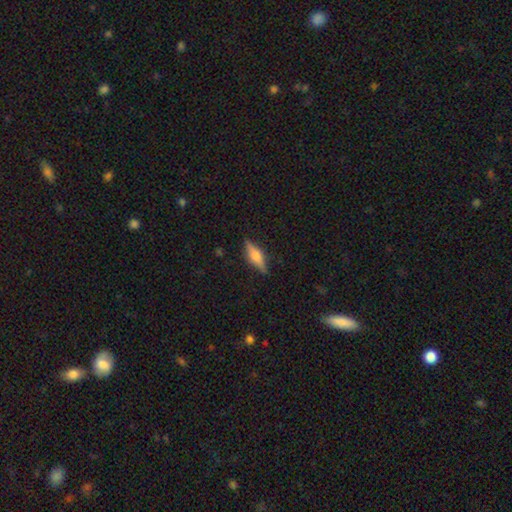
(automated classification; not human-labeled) Smooth or featured? featured or disk (52%)
Edge-on disk? yes (94%)
Merging? none (85%)